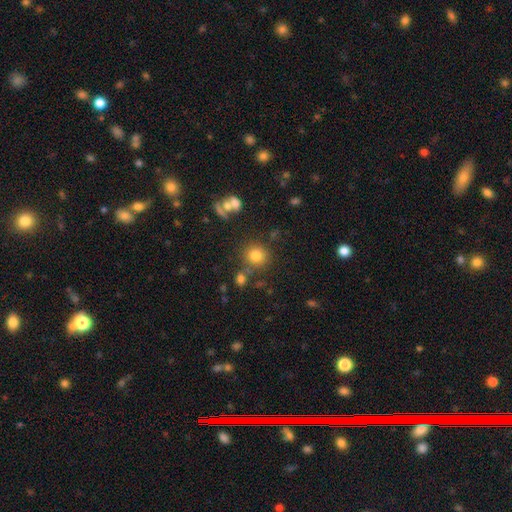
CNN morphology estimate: The model was most divided on "merging": none: 76%, merger: 10%, minor disturbance: 9%, major disturbance: 4%. More confident: how rounded — round (90%); smooth or featured — smooth (79%).